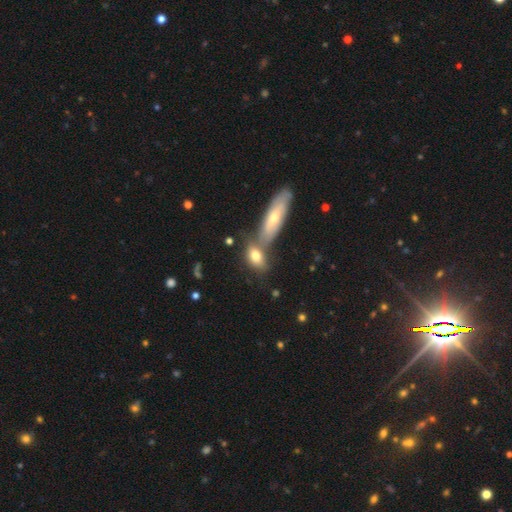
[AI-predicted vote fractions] Q: Smooth or featured?
A: smooth (72%); runner-up: featured or disk (20%)
Q: How rounded?
A: in between (75%); runner-up: cigar-shaped (15%)
Q: Merging?
A: none (45%); runner-up: merger (37%)